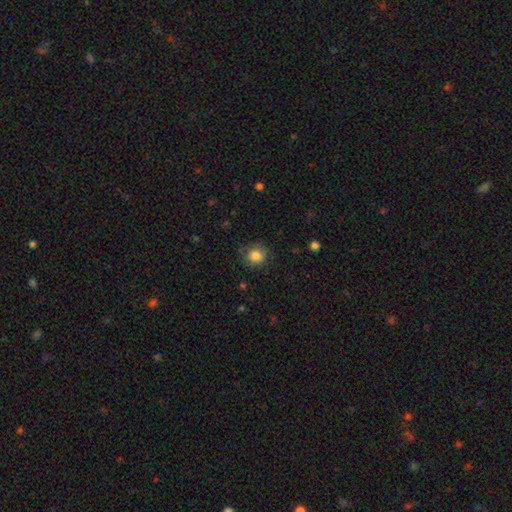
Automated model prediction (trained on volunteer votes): Morphology: type=smooth (85%); roundness=round (86%); merging=none (81%).